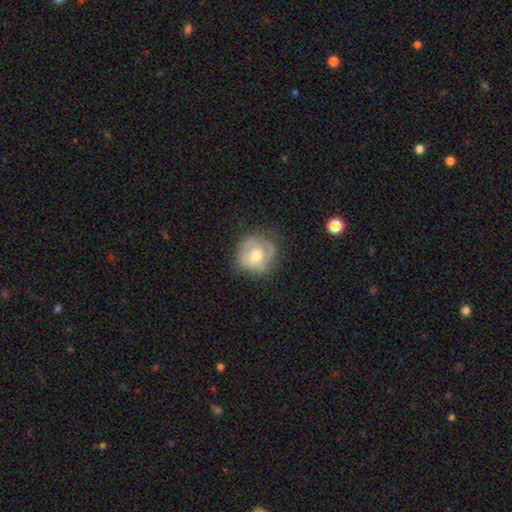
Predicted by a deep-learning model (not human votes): Smooth or featured? smooth (47%)
Merging? none (59%)